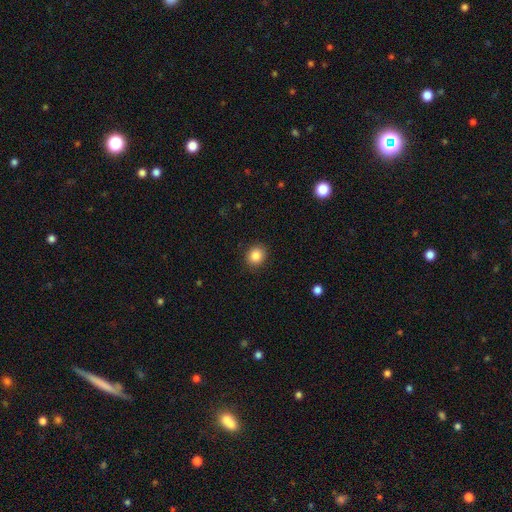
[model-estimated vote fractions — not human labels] This appears to be a smooth galaxy with no disk features (86%) that is round (74%). Merging: none (90%).